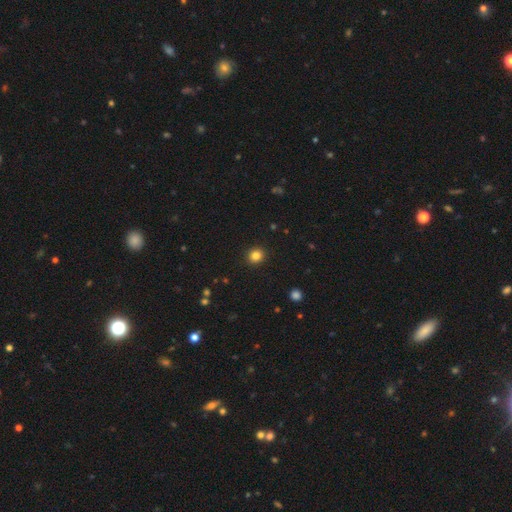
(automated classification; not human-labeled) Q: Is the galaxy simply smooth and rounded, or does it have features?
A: smooth — 84%.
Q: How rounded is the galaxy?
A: round — 84%.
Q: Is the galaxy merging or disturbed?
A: none — 92%.